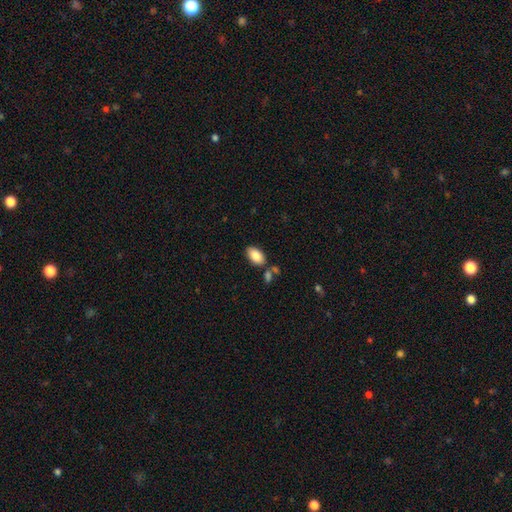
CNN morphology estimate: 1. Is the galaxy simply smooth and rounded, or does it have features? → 86% smooth, 7% star or artifact, 7% featured or disk.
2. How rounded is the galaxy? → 94% in between, 5% round, 2% cigar-shaped.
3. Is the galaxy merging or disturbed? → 75% none, 12% minor disturbance, 10% merger, 3% major disturbance.